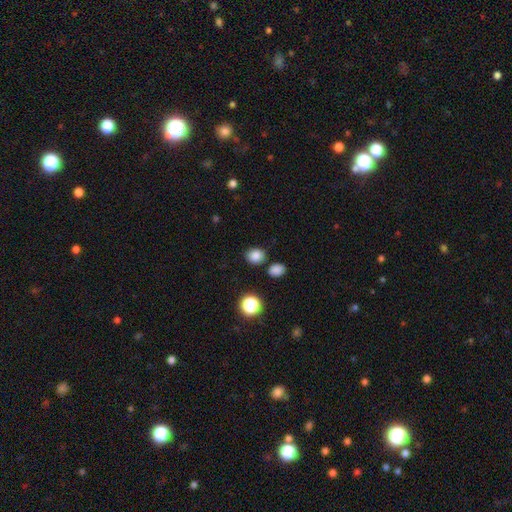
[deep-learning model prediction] Overall: smooth (83%). How rounded: round (54%; in between 45%). Merging: none (79%).